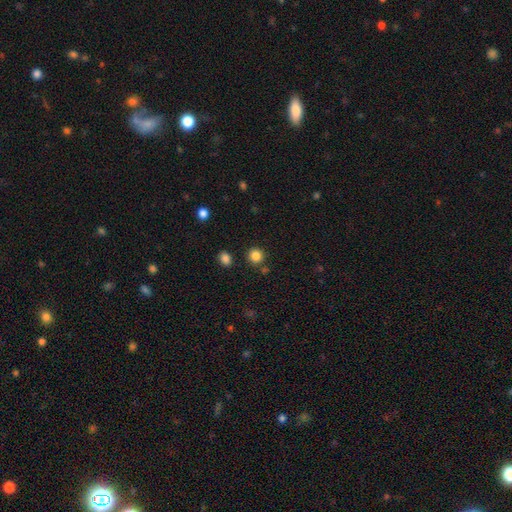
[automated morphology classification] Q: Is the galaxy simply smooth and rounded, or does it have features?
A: smooth — 85%.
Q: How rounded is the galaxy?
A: round — 90%.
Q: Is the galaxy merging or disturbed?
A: none — 85%.